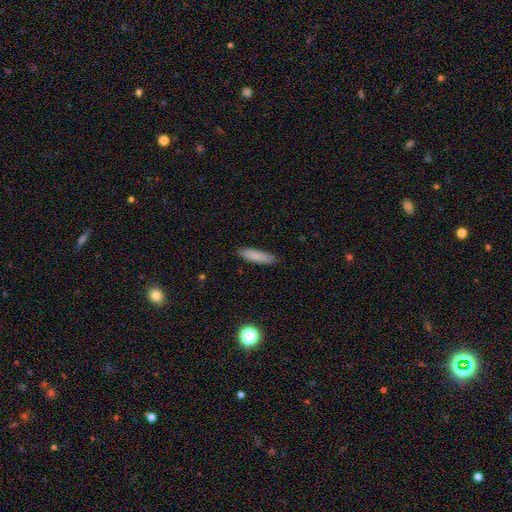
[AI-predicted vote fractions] Morphology: type=smooth (85%); roundness=cigar-shaped (73%); merging=none (89%).